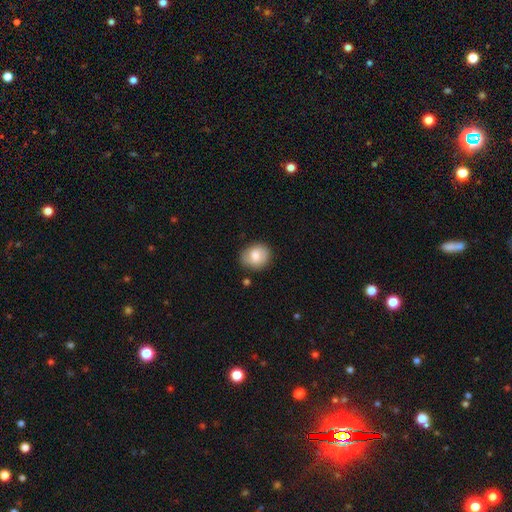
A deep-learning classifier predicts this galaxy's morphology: smooth-or-featured: smooth: 71% | featured or disk: 22% | star or artifact: 7%
  how-rounded: round: 59% | in between: 40% | cigar-shaped: 1%
  merging: none: 79% | minor disturbance: 15% | major disturbance: 3% | merger: 2%